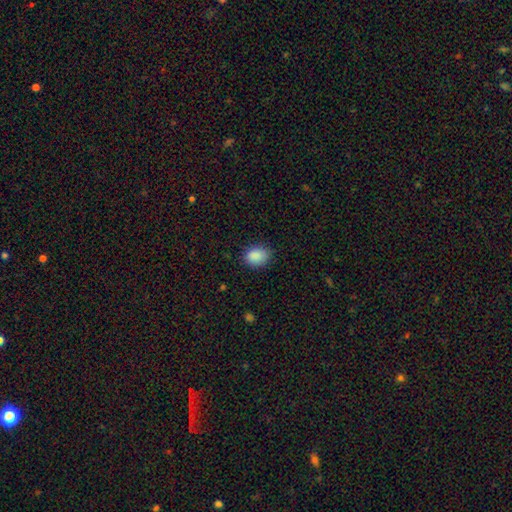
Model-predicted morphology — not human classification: Smooth or featured?
  - smooth: 89% *
  - star or artifact: 8%
  - featured or disk: 3%
How rounded?
  - in between: 58% *
  - round: 41%
  - cigar-shaped: 1%
Merging?
  - none: 82% *
  - minor disturbance: 14%
  - major disturbance: 3%
  - merger: 1%